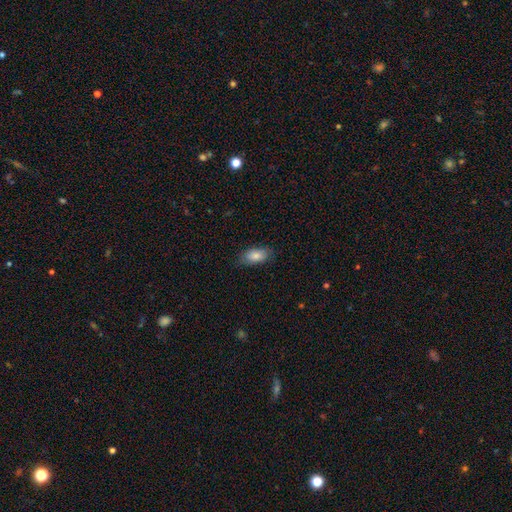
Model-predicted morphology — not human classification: Smooth or featured?
  - smooth: 84% *
  - featured or disk: 10%
  - star or artifact: 7%
How rounded?
  - in between: 92% *
  - cigar-shaped: 5%
  - round: 3%
Merging?
  - none: 81% *
  - minor disturbance: 15%
  - major disturbance: 3%
  - merger: 1%